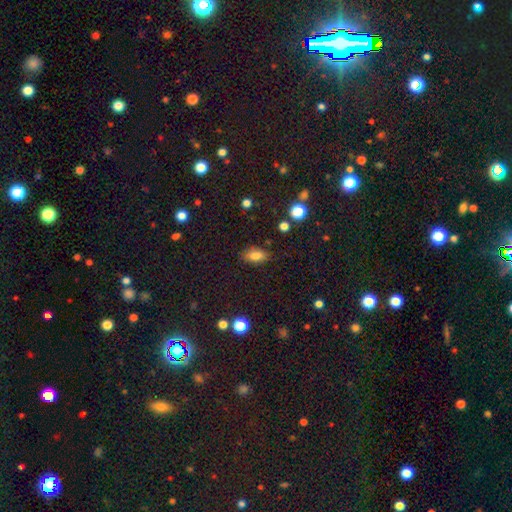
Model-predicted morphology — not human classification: Smooth or featured? smooth (81%)
How rounded? in between (86%)
Merging? none (82%)